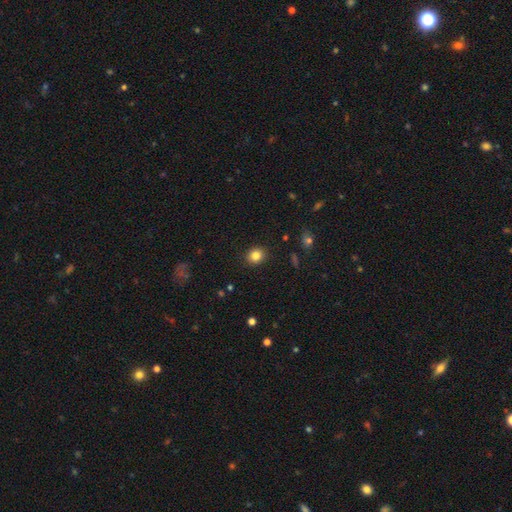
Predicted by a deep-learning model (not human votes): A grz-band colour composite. It shows a smooth galaxy with no disk features (83%) that is round (74%). Merging: none (90%).